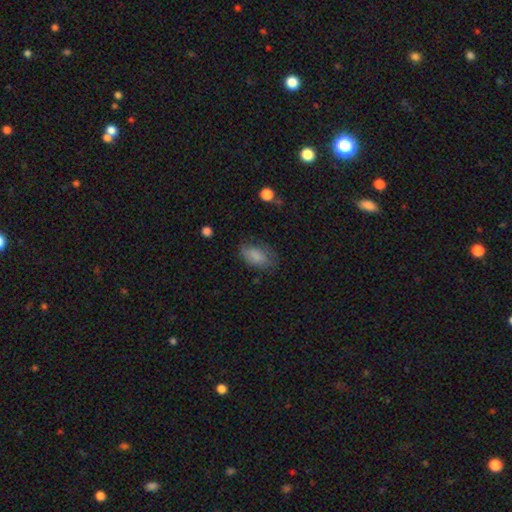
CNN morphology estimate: Smooth or featured?
  - smooth: 82% *
  - featured or disk: 10%
  - star or artifact: 8%
How rounded?
  - in between: 91% *
  - round: 7%
  - cigar-shaped: 2%
Merging?
  - none: 63% *
  - minor disturbance: 25%
  - major disturbance: 10%
  - merger: 2%